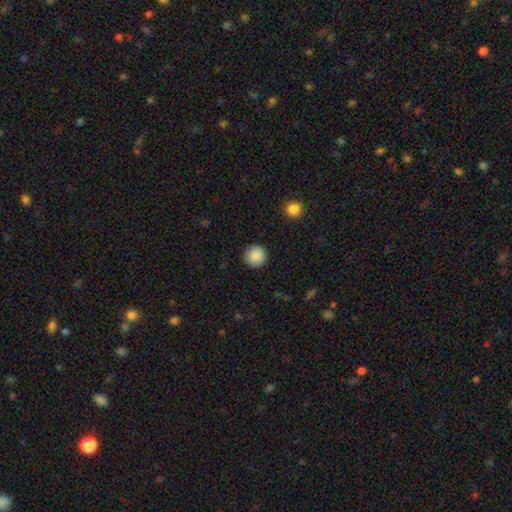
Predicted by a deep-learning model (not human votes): A smooth galaxy with no disk features (89%) that is round (95%).

Vote fractions:
- Smooth or featured? smooth: 89% / star or artifact: 8% / featured or disk: 3%
- How rounded? round: 95% / in between: 4% / cigar-shaped: 1%
- Merging? none: 91% / minor disturbance: 6% / major disturbance: 2% / merger: 1%